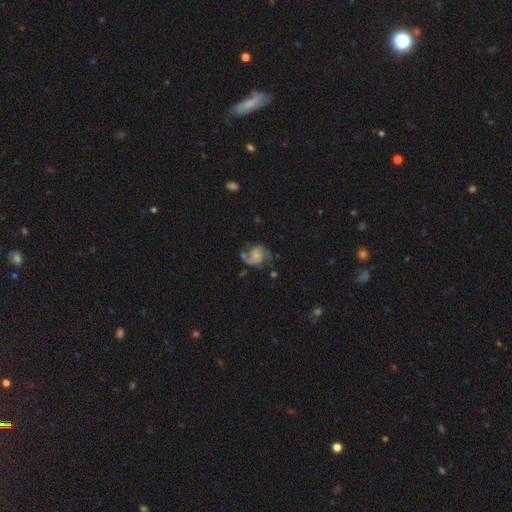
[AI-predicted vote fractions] Smooth or featured?
  - featured or disk: 81% *
  - smooth: 12%
  - star or artifact: 7%
Edge-on disk?
  - no: 98% *
  - yes: 2%
Bar?
  - no: 61% *
  - weak: 33%
  - strong: 6%
Spiral arms?
  - yes: 95% *
  - no: 5%
Spiral winding?
  - medium: 47% *
  - loose: 41%
  - tight: 12%
Spiral arm count?
  - 2: 85% *
  - 1: 7%
  - can't tell: 4%
  - 3: 2%
  - 4: 1%
  - more than 4: 1%
Bulge size?
  - small: 42% *
  - moderate: 26%
  - none: 25%
  - large: 5%
  - dominant: 2%
Merging?
  - none: 60% *
  - minor disturbance: 20%
  - major disturbance: 15%
  - merger: 4%